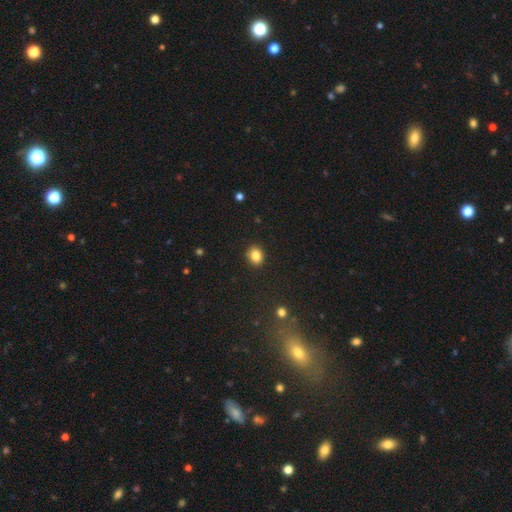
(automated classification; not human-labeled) Morphology: type=smooth (84%); roundness=round (56%); merging=none (89%).